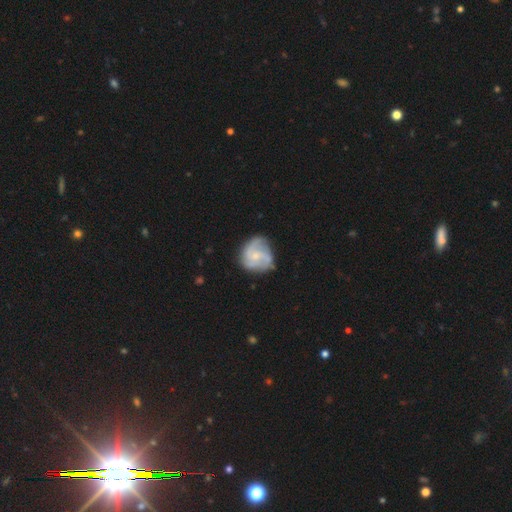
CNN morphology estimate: Overall: featured or disk (76%). Edge-on disk: no (98%). Bar: no (59%; weak 35%). Spiral arms: yes (93%). Spiral arm count: 3 (42%; 2 28%). Spiral winding: medium (49%; tight 31%). Bulge size: small (62%; moderate 28%). Merging: none (68%).